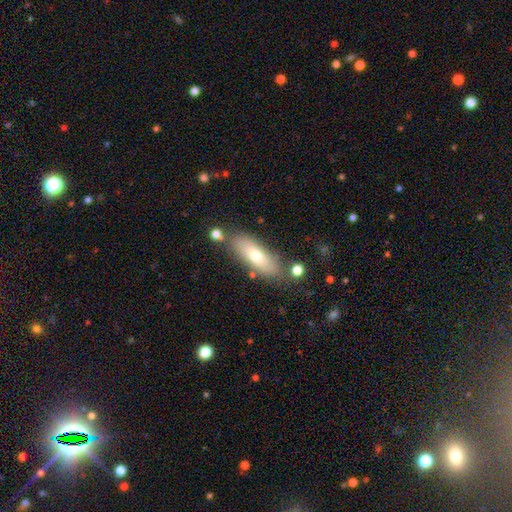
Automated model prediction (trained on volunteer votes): smooth_or_featured: smooth (p=0.65) [alt: featured or disk p=0.27]
how_rounded: in between (p=0.59) [alt: cigar-shaped p=0.38]
merging: none (p=0.78) [alt: minor disturbance p=0.13]